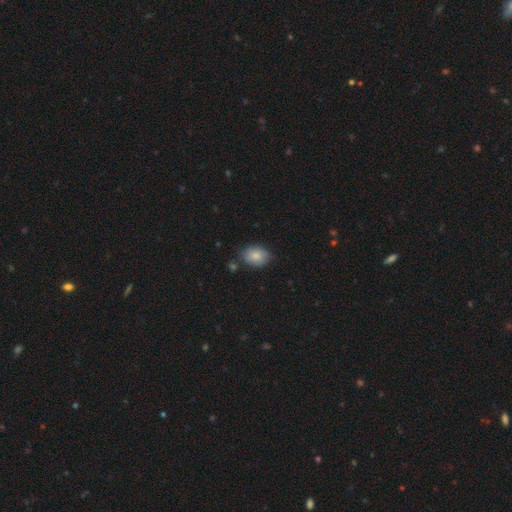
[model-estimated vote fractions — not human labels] Overall: smooth (84%). How rounded: in between (72%). Merging: none (76%).